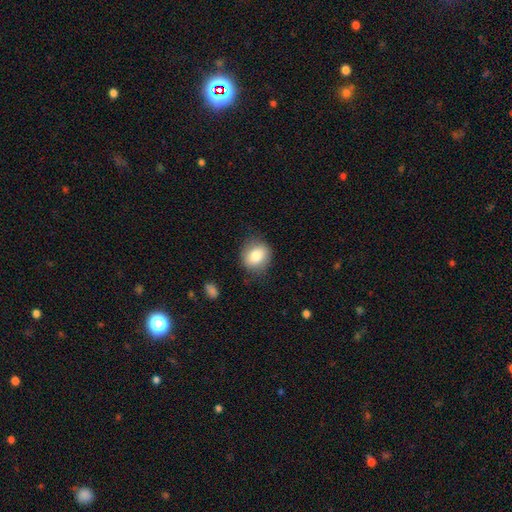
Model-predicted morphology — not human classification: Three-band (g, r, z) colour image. It shows a smooth galaxy with no disk features (81%) that is round (66%). Merging: none (78%).